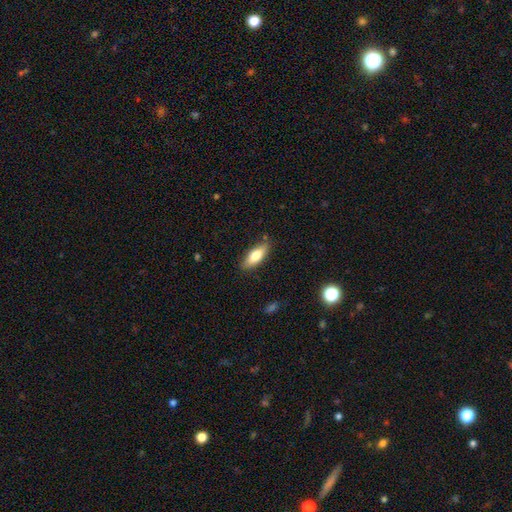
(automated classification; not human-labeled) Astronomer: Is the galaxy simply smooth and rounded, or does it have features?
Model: smooth — 72%.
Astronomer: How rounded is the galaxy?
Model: in between — 67%.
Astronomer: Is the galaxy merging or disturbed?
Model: none — 84%.